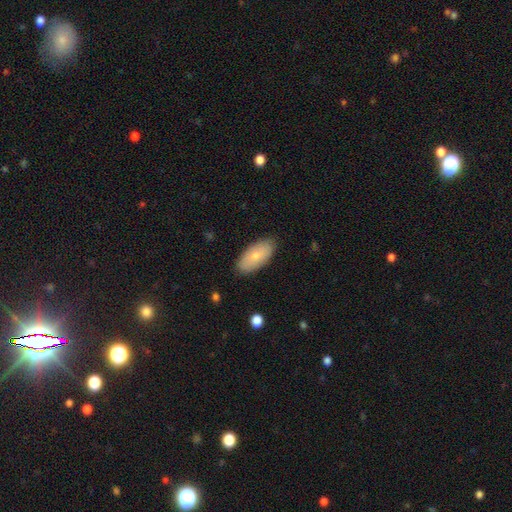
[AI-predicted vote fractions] Q: Smooth or featured?
A: smooth (74%); runner-up: featured or disk (20%)
Q: How rounded?
A: in between (92%); runner-up: cigar-shaped (6%)
Q: Merging?
A: none (86%); runner-up: minor disturbance (11%)